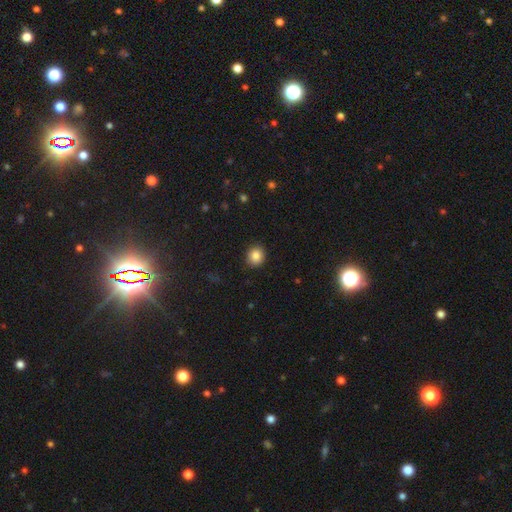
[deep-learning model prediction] Smooth or featured: smooth — 85% (star or artifact — 10%)
How rounded: round — 81% (in between — 18%)
Merging: none — 90% (minor disturbance — 7%)